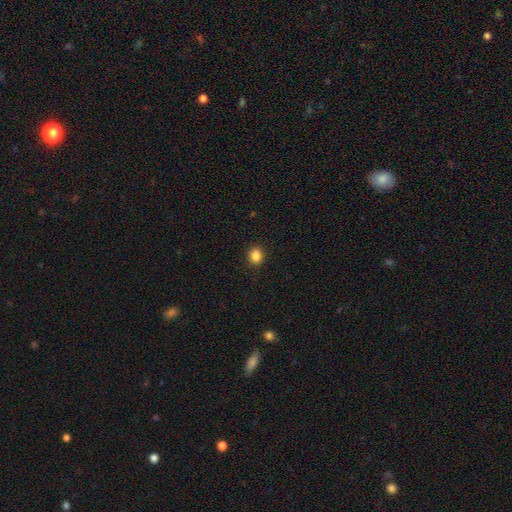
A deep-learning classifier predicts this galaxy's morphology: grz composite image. It shows a smooth galaxy with no disk features (86%) that is round (72%). Merging: none (91%).